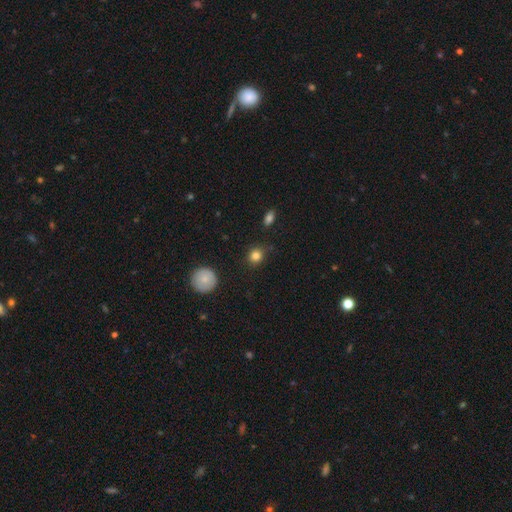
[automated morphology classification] Smooth or featured? smooth (83%)
How rounded? round (85%)
Merging? none (85%)